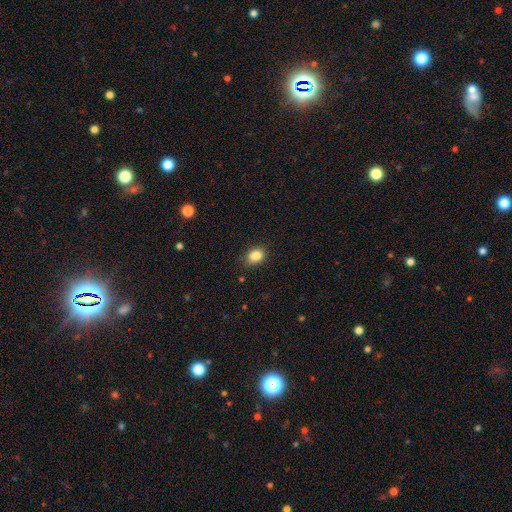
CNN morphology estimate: Smooth or featured? Predicted: smooth (p=0.86). How rounded? Predicted: in between (p=0.64). Merging? Predicted: none (p=0.81).